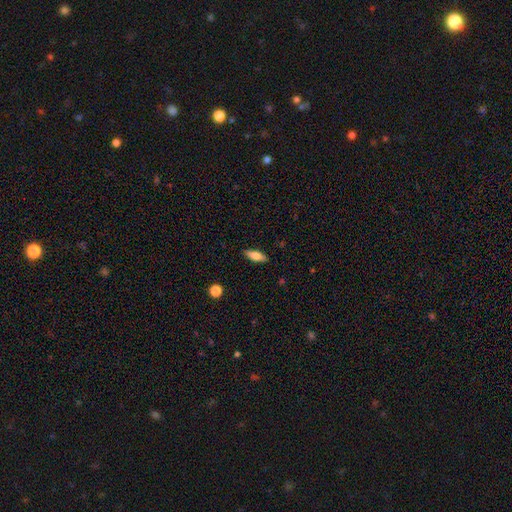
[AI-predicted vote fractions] smooth_or_featured: smooth (p=0.68) [alt: featured or disk p=0.26]
how_rounded: in between (p=0.66) [alt: cigar-shaped p=0.31]
merging: none (p=0.88) [alt: minor disturbance p=0.09]